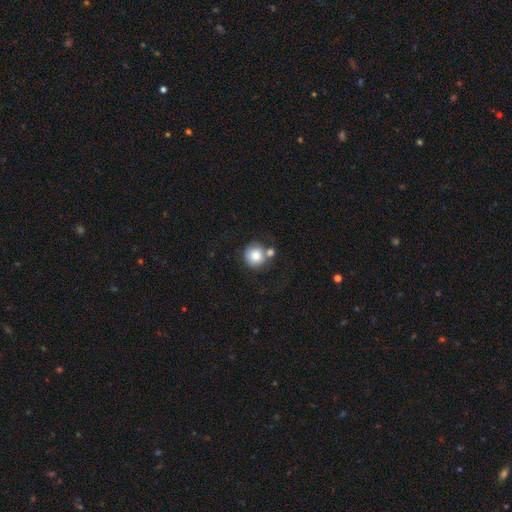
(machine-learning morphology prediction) smooth 80%, featured or disk 11%, star or artifact 9%. Down the decision tree: how rounded — round (92%); merging — none (58%).